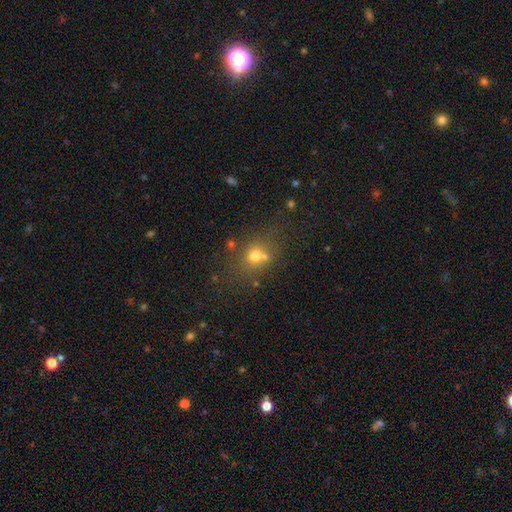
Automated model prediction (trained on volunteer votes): Overall: smooth (64%). How rounded: round (67%; in between 31%). Merging: none (51%; merger 31%).